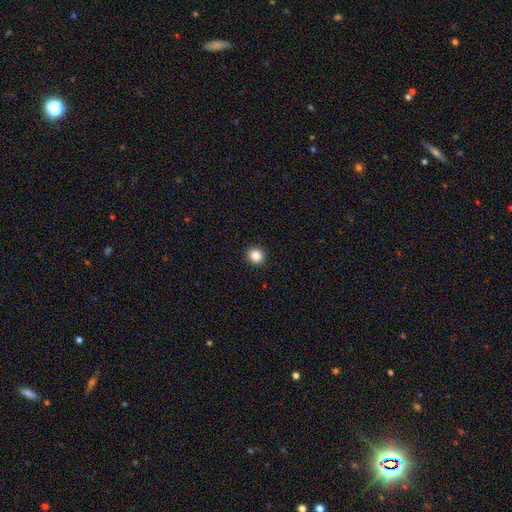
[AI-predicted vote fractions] smooth-or-featured: smooth: 86% | star or artifact: 10% | featured or disk: 3%
  how-rounded: round: 89% | in between: 10% | cigar-shaped: 1%
  merging: none: 93% | minor disturbance: 5% | major disturbance: 2% | merger: 1%